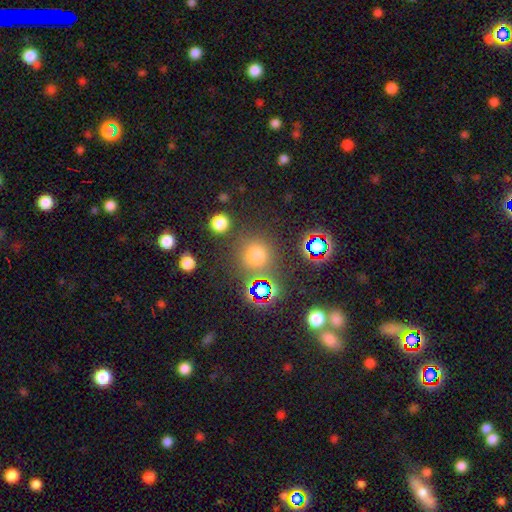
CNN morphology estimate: The model was most divided on "smooth or featured": smooth: 62%, star or artifact: 31%, featured or disk: 8%. More confident: how rounded — round (92%); merging — none (80%).